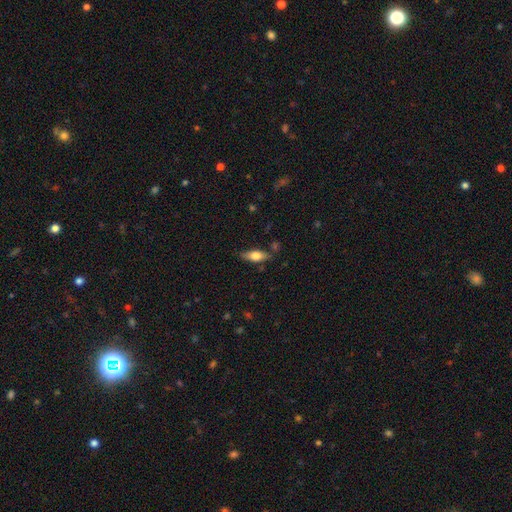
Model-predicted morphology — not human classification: This appears to be a smooth galaxy with no disk features (62%) that is in between round and cigar-shaped (69%). Merging: none (76%).